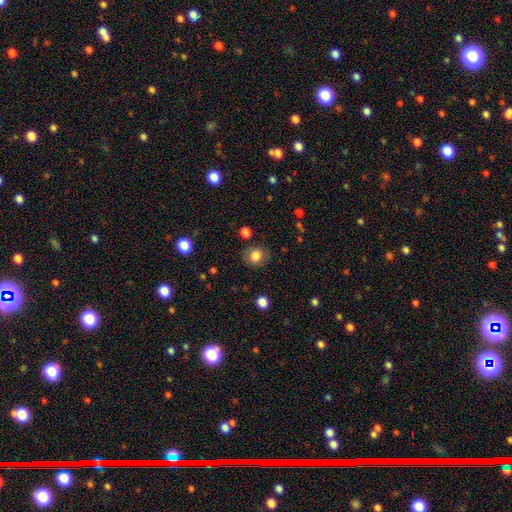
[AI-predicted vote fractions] smooth 80%, featured or disk 10%, star or artifact 10%. Down the decision tree: how rounded — round (75%); merging — none (82%).